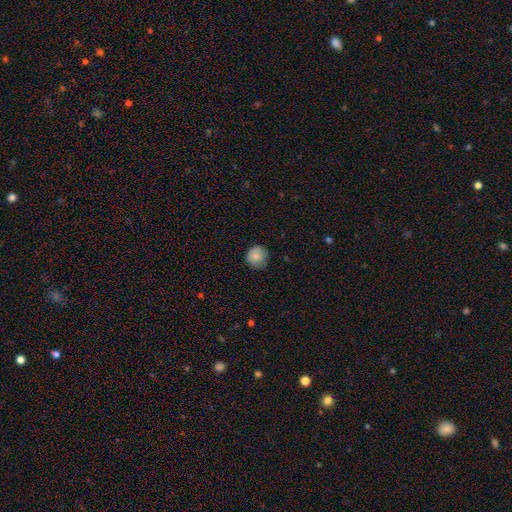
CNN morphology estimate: This appears to be a smooth galaxy with no disk features (85%) that is round (90%). Merging: none (75%).